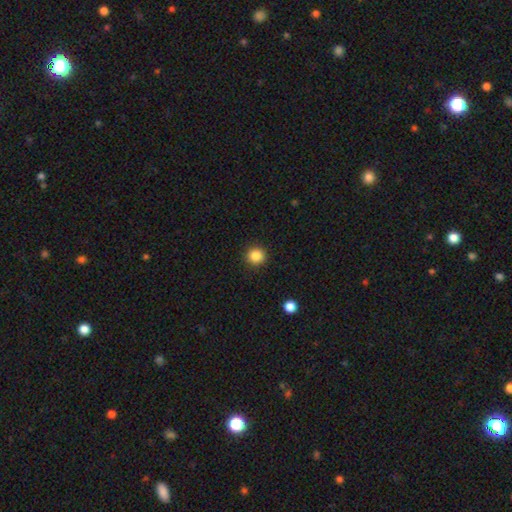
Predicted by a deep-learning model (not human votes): Smooth or featured?
  - smooth: 86% *
  - star or artifact: 11%
  - featured or disk: 4%
How rounded?
  - round: 93% *
  - in between: 6%
  - cigar-shaped: 1%
Merging?
  - none: 92% *
  - minor disturbance: 5%
  - major disturbance: 2%
  - merger: 1%